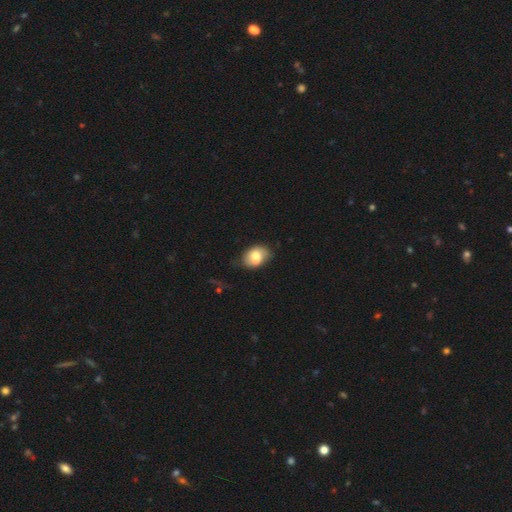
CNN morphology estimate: smooth 68%, featured or disk 24%, star or artifact 8%. Down the decision tree: how rounded — in between (74%); merging — none (51%).